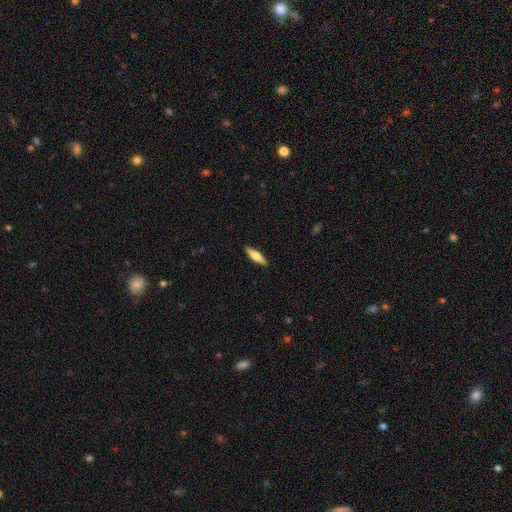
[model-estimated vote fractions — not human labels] smooth-or-featured: smooth: 55% | featured or disk: 39% | star or artifact: 6%
  how-rounded: cigar-shaped: 63% | in between: 35% | round: 2%
  merging: none: 89% | minor disturbance: 8% | major disturbance: 2% | merger: 1%